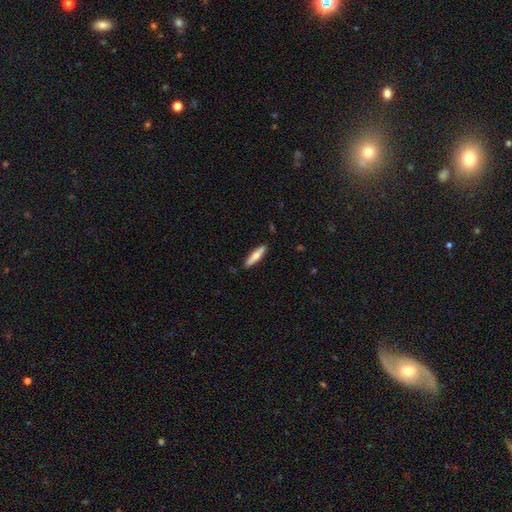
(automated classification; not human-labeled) Q: Smooth or featured?
A: smooth (62%); runner-up: featured or disk (33%)
Q: How rounded?
A: cigar-shaped (78%); runner-up: in between (21%)
Q: Merging?
A: none (89%); runner-up: minor disturbance (8%)